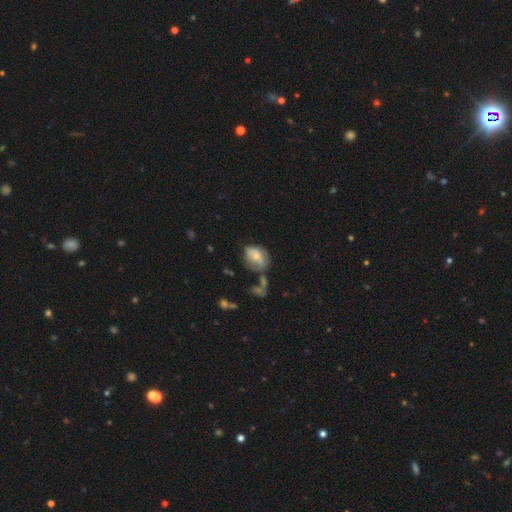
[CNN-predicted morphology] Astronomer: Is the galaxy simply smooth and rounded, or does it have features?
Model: smooth — 61%.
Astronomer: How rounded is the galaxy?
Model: in between — 67%.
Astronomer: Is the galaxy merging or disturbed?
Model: none — 37% (runner-up: minor disturbance, 31%).